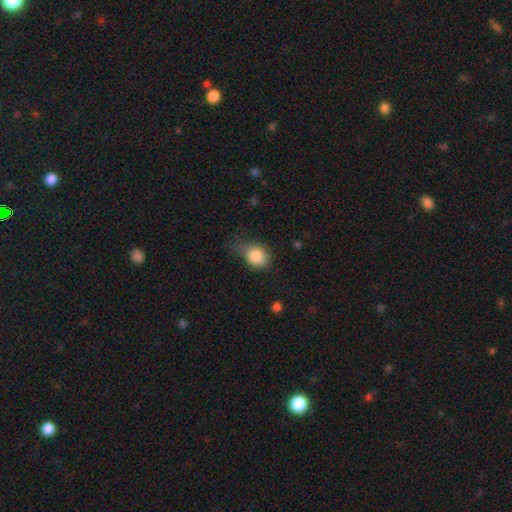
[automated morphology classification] Smooth or featured? smooth (84%)
How rounded? round (62%)
Merging? minor disturbance (39%)